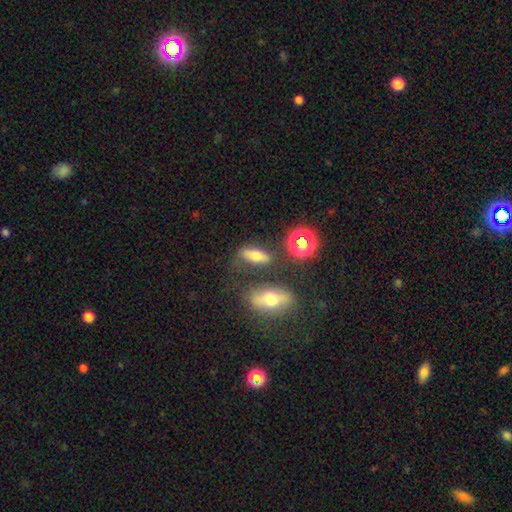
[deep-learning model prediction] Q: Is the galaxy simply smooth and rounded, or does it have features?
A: smooth — 61%.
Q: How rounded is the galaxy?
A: in between — 56%.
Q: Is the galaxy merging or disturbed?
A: none — 71%.